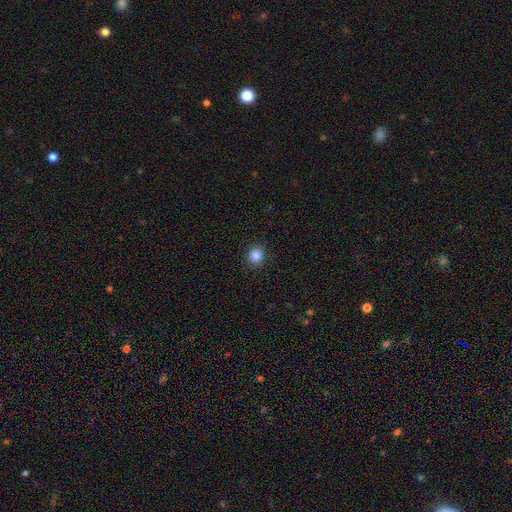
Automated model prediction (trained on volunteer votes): Smooth or featured? smooth (84%)
How rounded? round (82%)
Merging? none (91%)